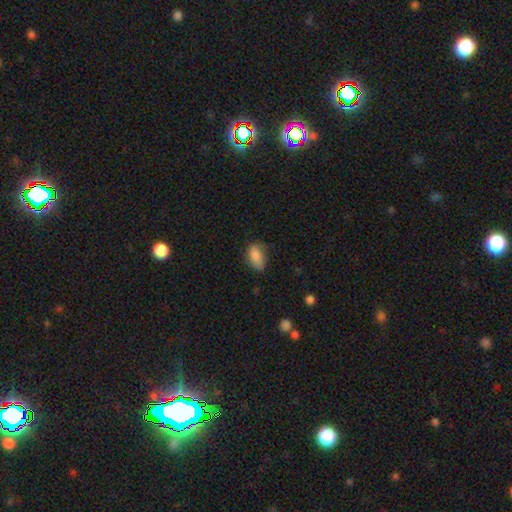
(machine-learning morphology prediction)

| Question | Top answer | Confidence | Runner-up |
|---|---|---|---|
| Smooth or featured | smooth | 84% | featured or disk (8%) |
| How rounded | in between | 90% | round (6%) |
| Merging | none | 64% | minor disturbance (28%) |